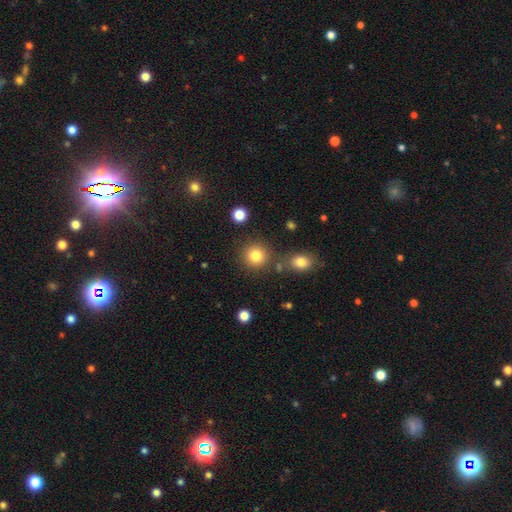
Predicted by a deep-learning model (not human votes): smooth 83%, star or artifact 11%, featured or disk 6%. Down the decision tree: how rounded — round (91%); merging — none (81%).